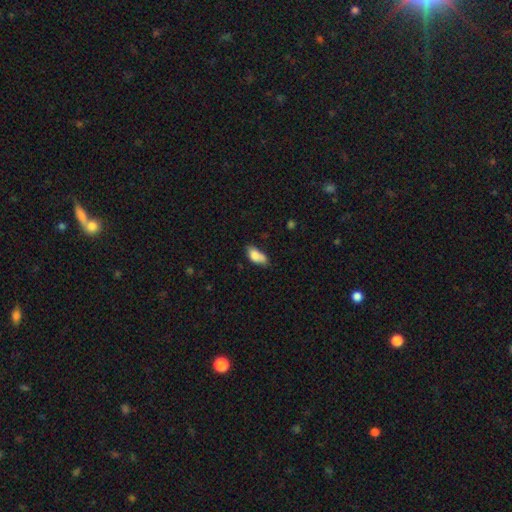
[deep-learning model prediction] smooth_or_featured: smooth (p=0.80) [alt: featured or disk p=0.12]
how_rounded: in between (p=0.87) [alt: cigar-shaped p=0.09]
merging: none (p=0.46) [alt: minor disturbance p=0.32]